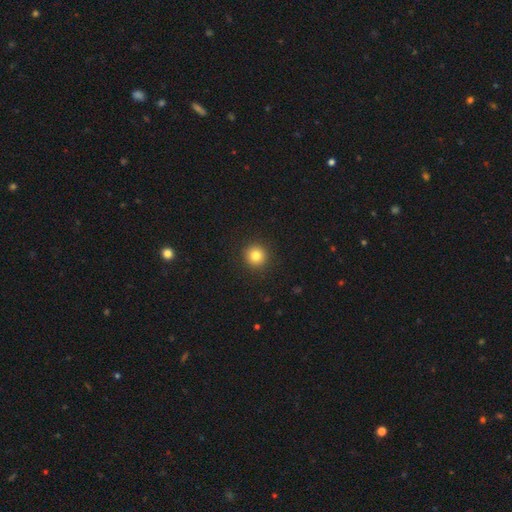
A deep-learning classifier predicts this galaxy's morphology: Smooth or featured?
  - smooth: 83% *
  - star or artifact: 11%
  - featured or disk: 6%
How rounded?
  - round: 94% *
  - in between: 5%
  - cigar-shaped: 1%
Merging?
  - none: 92% *
  - minor disturbance: 5%
  - major disturbance: 2%
  - merger: 1%